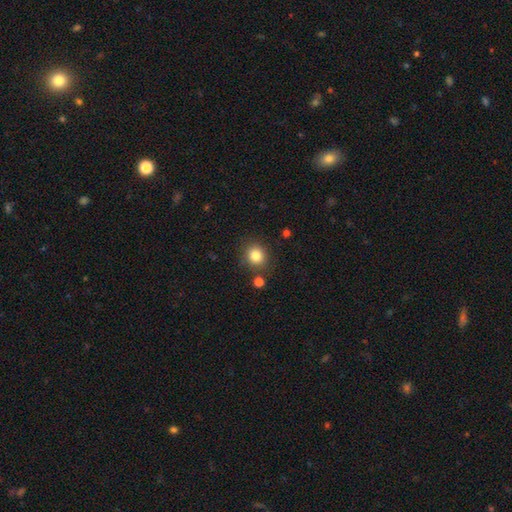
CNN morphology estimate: Smooth or featured? Predicted: smooth (p=0.83). How rounded? Predicted: round (p=0.84). Merging? Predicted: none (p=0.83).